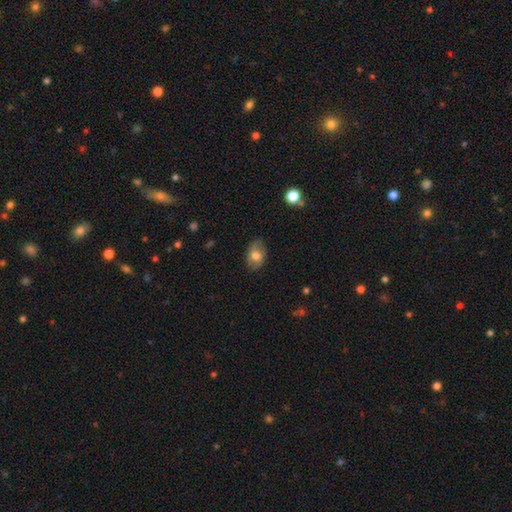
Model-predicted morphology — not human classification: smooth_or_featured: smooth (p=0.69) [alt: featured or disk p=0.23]
how_rounded: in between (p=0.80) [alt: round p=0.19]
merging: none (p=0.72) [alt: minor disturbance p=0.22]